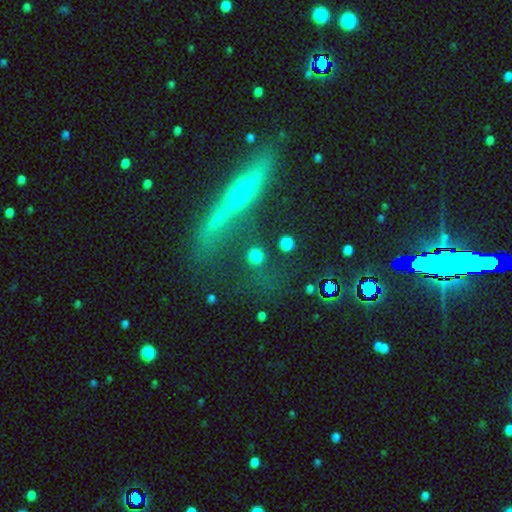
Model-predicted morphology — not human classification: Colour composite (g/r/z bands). It shows a smooth galaxy with no disk features (76%) that is round (84%). Merging: none (77%).